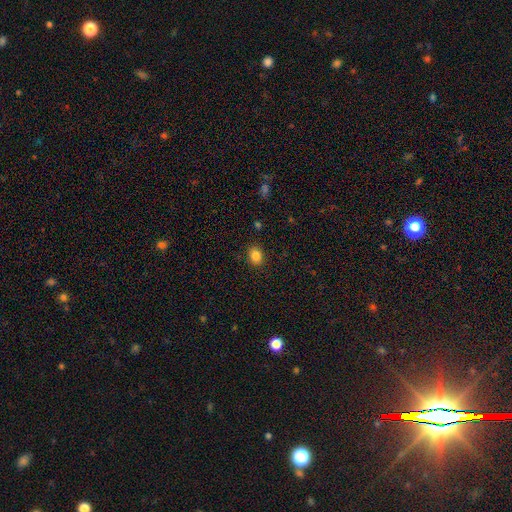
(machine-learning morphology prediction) A smooth galaxy with no disk features (85%) that is round (51%).

Vote fractions:
- Smooth or featured? smooth: 85% / star or artifact: 11% / featured or disk: 5%
- How rounded? round: 51% / in between: 48% / cigar-shaped: 1%
- Merging? none: 89% / minor disturbance: 8% / major disturbance: 2% / merger: 1%